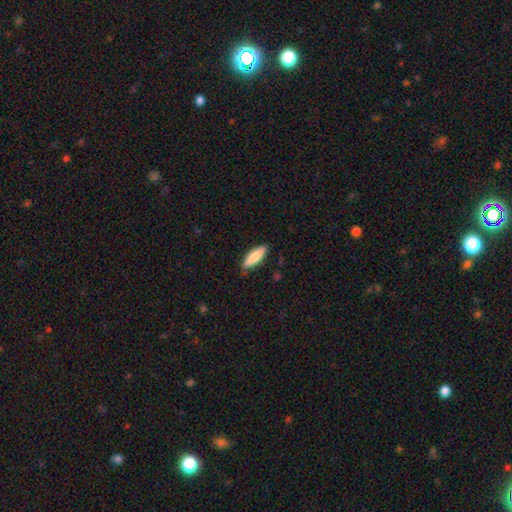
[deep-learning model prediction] This appears to be a smooth galaxy with no disk features (82%) that is cigar-shaped (58%). Merging: none (84%).